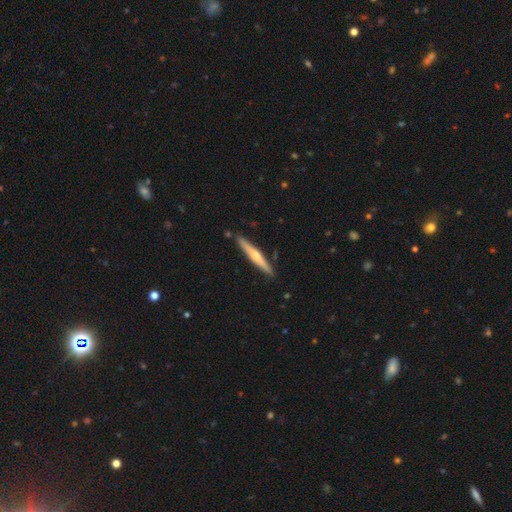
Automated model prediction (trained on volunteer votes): Overall: featured or disk (57%; smooth 38%). Edge-on disk: yes (97%). Edge-on bulge: rounded (82%). Merging: none (89%).